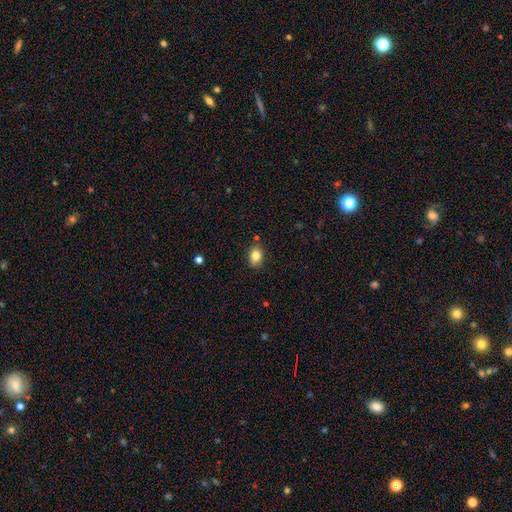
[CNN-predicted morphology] The model was most divided on "how rounded": in between: 70%, round: 29%, cigar-shaped: 1%. More confident: smooth or featured — smooth (81%); merging — none (81%).